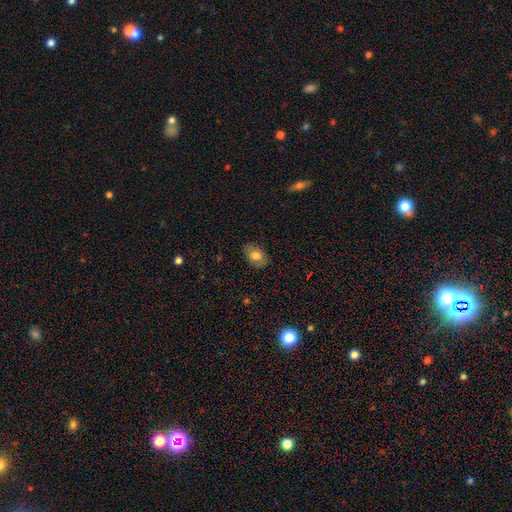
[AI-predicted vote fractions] smooth 77%, featured or disk 14%, star or artifact 9%. Down the decision tree: how rounded — in between (80%); merging — none (82%).